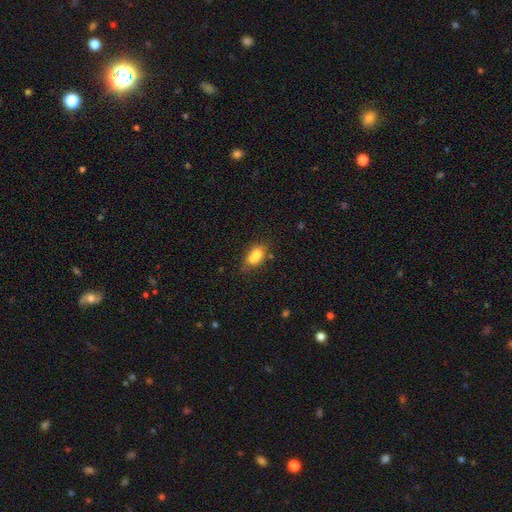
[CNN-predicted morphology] Overall: smooth (71%). How rounded: in between (65%; round 31%). Merging: merger (47%; none 33%).